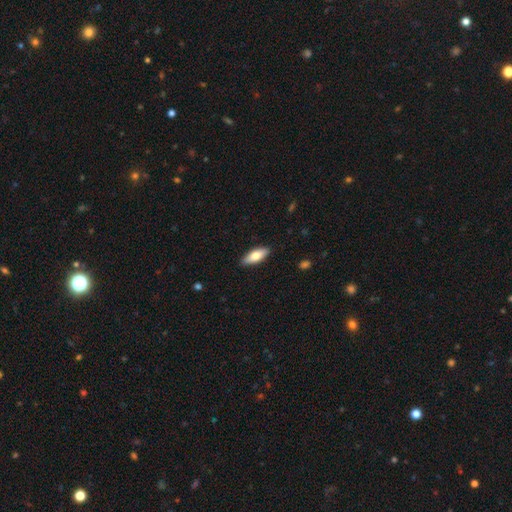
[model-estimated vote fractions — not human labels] Morphology: type=smooth (75%); roundness=in between (71%); merging=none (89%).